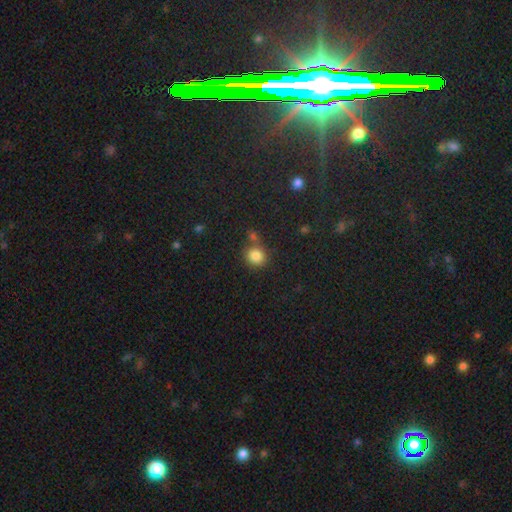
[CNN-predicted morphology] Q: Smooth or featured?
A: smooth (83%); runner-up: star or artifact (12%)
Q: How rounded?
A: round (82%); runner-up: in between (17%)
Q: Merging?
A: none (67%); runner-up: merger (17%)